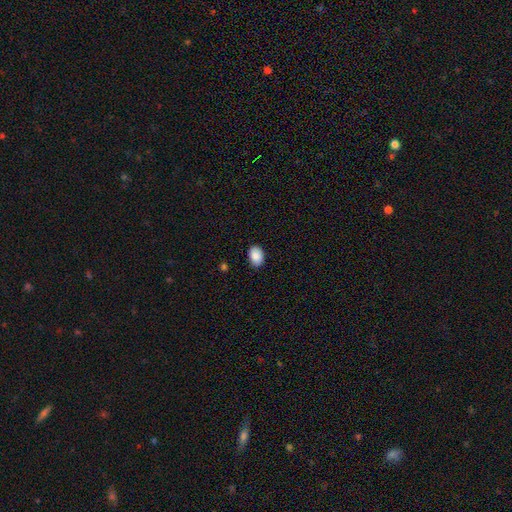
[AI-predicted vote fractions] The model was most divided on "how rounded": in between: 82%, round: 17%, cigar-shaped: 1%. More confident: smooth or featured — smooth (88%); merging — none (87%).